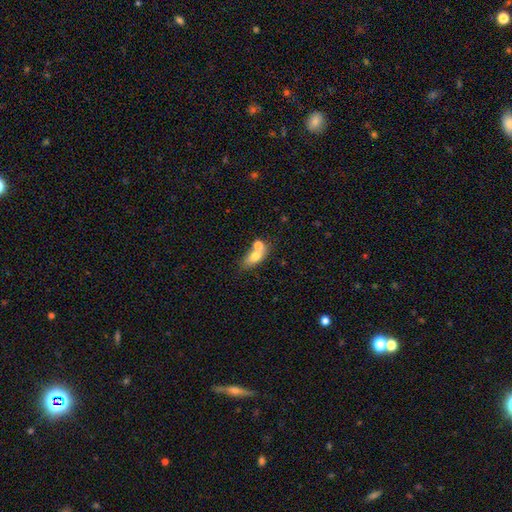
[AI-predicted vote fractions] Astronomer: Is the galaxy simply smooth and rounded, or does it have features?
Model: smooth — 70%.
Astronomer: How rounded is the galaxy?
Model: in between — 74%.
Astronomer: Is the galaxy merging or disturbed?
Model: merger — 45% (runner-up: none, 39%).